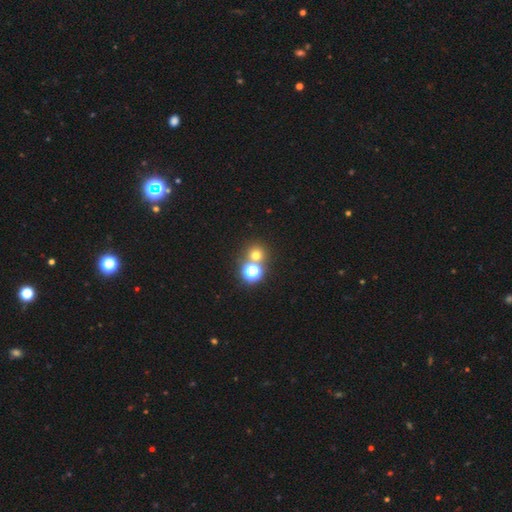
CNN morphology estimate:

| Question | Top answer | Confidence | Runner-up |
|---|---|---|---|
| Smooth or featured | smooth | 64% | star or artifact (28%) |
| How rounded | round | 91% | in between (8%) |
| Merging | none | 67% | merger (24%) |